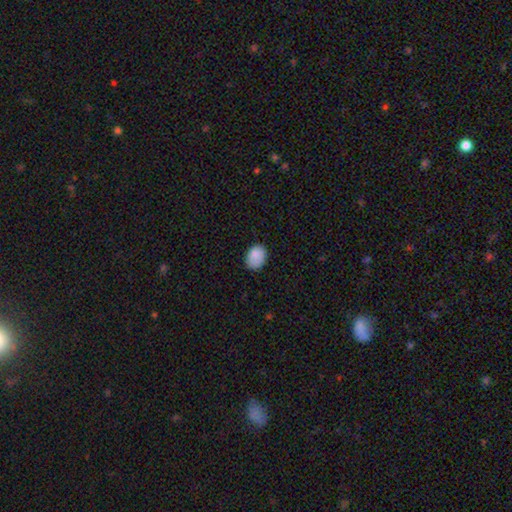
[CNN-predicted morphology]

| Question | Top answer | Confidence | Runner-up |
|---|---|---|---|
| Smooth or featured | smooth | 85% | star or artifact (8%) |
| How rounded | in between | 69% | round (30%) |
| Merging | none | 76% | minor disturbance (19%) |